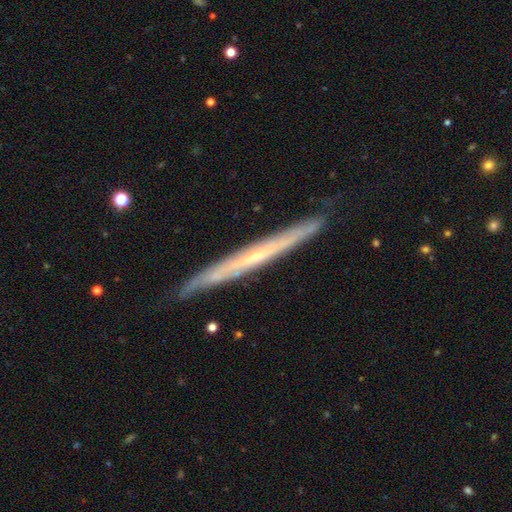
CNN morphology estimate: Overall: featured or disk (71%). Edge-on disk: yes (93%). Edge-on bulge: none (69%). Merging: none (85%).